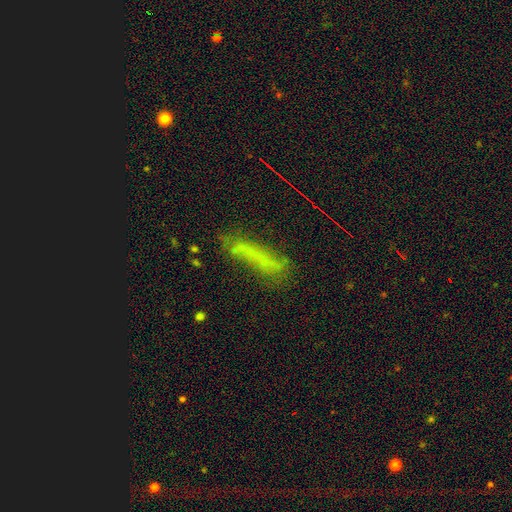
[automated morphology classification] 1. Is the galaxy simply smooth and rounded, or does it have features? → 49% smooth, 35% featured or disk, 16% star or artifact.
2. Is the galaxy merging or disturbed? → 55% none, 25% minor disturbance, 15% major disturbance, 5% merger.